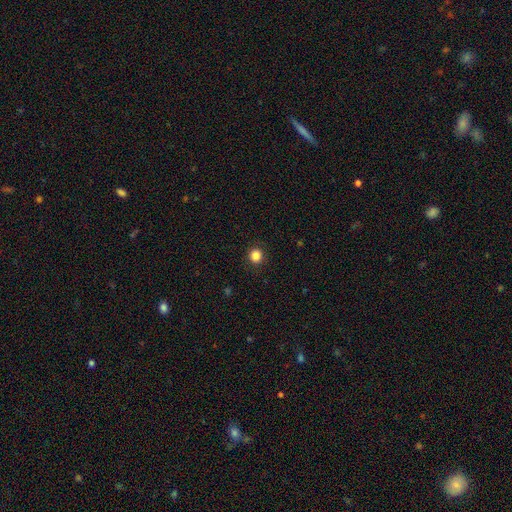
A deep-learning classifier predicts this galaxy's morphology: smooth_or_featured: smooth (p=0.85) [alt: star or artifact p=0.12]
how_rounded: round (p=0.91) [alt: in between p=0.08]
merging: none (p=0.91) [alt: minor disturbance p=0.06]